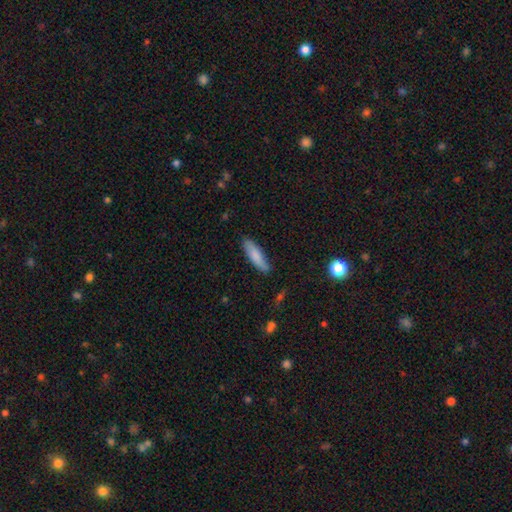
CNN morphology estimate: Smooth or featured: smooth — 81% (featured or disk — 13%)
How rounded: cigar-shaped — 66% (in between — 33%)
Merging: none — 83% (minor disturbance — 14%)